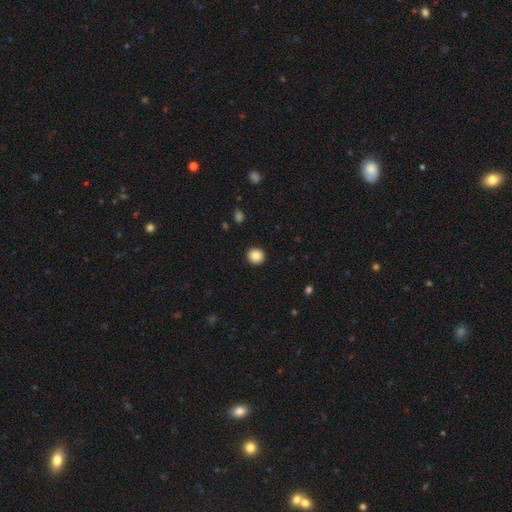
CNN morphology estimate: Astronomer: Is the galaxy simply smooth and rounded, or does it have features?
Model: smooth — 88%.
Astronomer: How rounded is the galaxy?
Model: round — 91%.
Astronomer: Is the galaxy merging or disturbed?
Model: none — 93%.